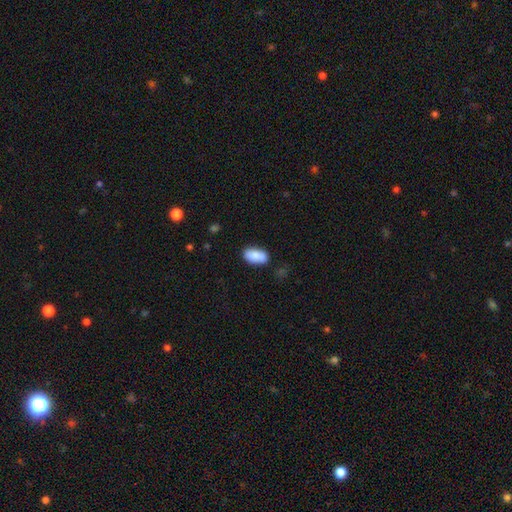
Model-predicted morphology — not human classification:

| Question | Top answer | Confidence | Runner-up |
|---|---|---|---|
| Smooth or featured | smooth | 85% | featured or disk (8%) |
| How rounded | in between | 94% | round (4%) |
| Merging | none | 80% | minor disturbance (14%) |